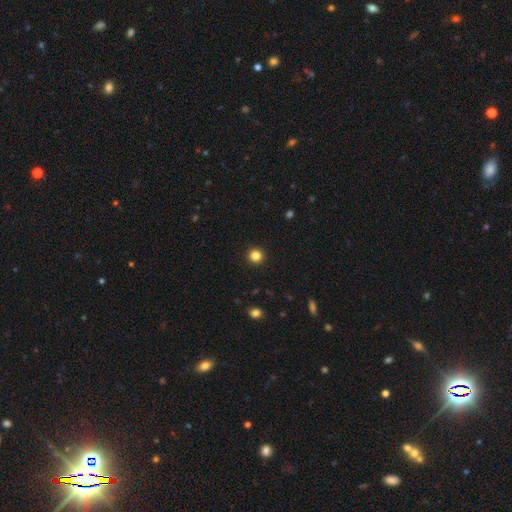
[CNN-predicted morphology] Smooth or featured: smooth — 83% (star or artifact — 12%)
How rounded: round — 95% (in between — 4%)
Merging: none — 93% (minor disturbance — 4%)